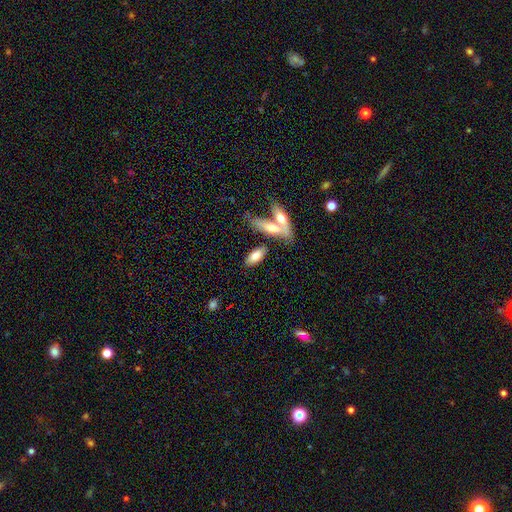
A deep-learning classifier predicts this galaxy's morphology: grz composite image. It shows a smooth galaxy with no disk features (72%) that is in between round and cigar-shaped (78%). Merging: none (56%).